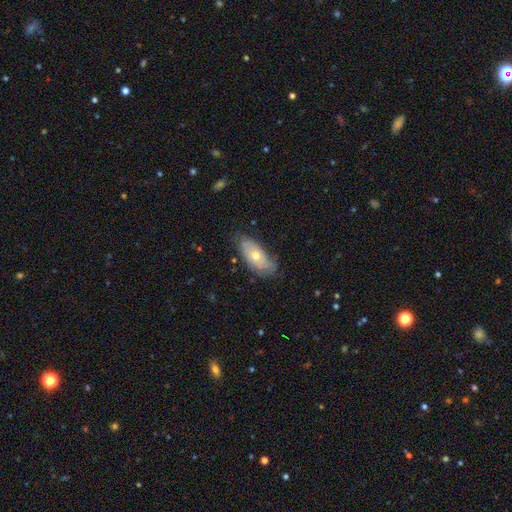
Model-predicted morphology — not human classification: The model was most divided on "smooth or featured": smooth: 49%, featured or disk: 44%, star or artifact: 7%. More confident: merging — none (67%).